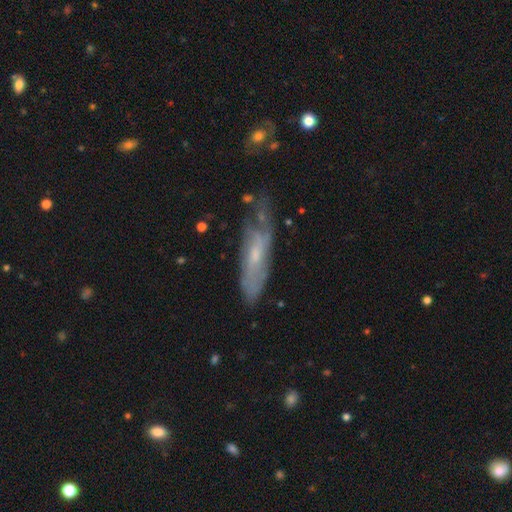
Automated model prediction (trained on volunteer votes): Smooth or featured? Predicted: featured or disk (p=0.60). Edge-on disk? Predicted: no (p=0.63). Merging? Predicted: none (p=0.58).